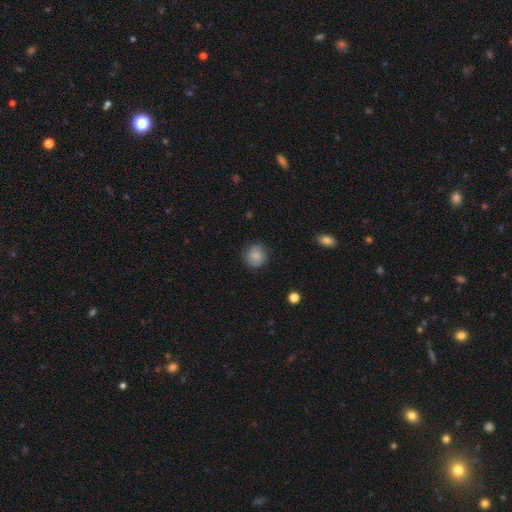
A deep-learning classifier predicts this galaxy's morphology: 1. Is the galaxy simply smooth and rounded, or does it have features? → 85% smooth, 9% star or artifact, 6% featured or disk.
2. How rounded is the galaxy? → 91% round, 8% in between, 1% cigar-shaped.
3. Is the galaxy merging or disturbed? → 88% none, 9% minor disturbance, 2% major disturbance, 1% merger.